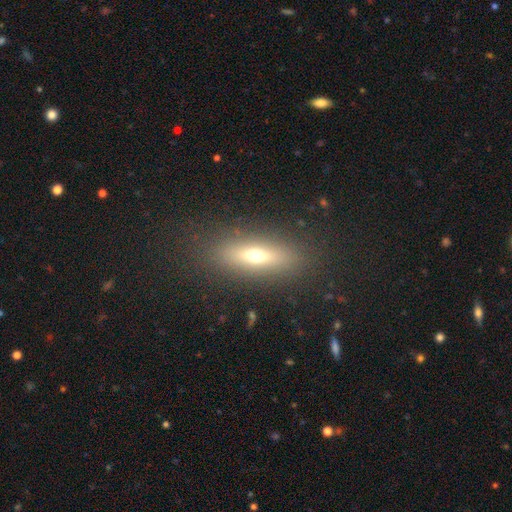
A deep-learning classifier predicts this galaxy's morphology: Smooth or featured?
  - smooth: 53% *
  - featured or disk: 35%
  - star or artifact: 11%
How rounded?
  - in between: 51% *
  - cigar-shaped: 43%
  - round: 6%
Merging?
  - none: 85% *
  - minor disturbance: 9%
  - major disturbance: 5%
  - merger: 1%